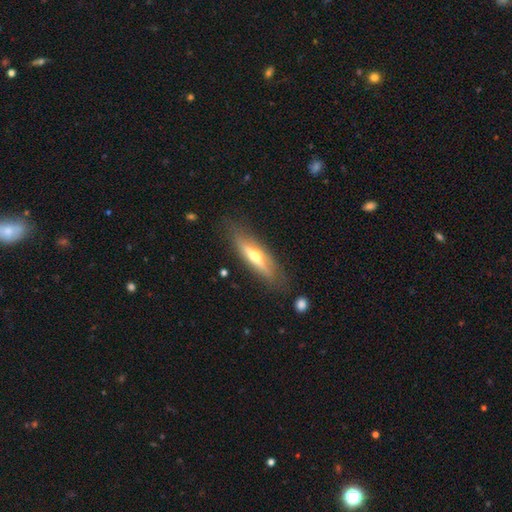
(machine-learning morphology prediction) A featured or disk galaxy (53%) viewed edge-on (81%).

Vote fractions:
- Smooth or featured? featured or disk: 53% / smooth: 40% / star or artifact: 6%
- Edge-on disk? yes: 81% / no: 19%
- Merging? none: 77% / minor disturbance: 15% / major disturbance: 5% / merger: 2%